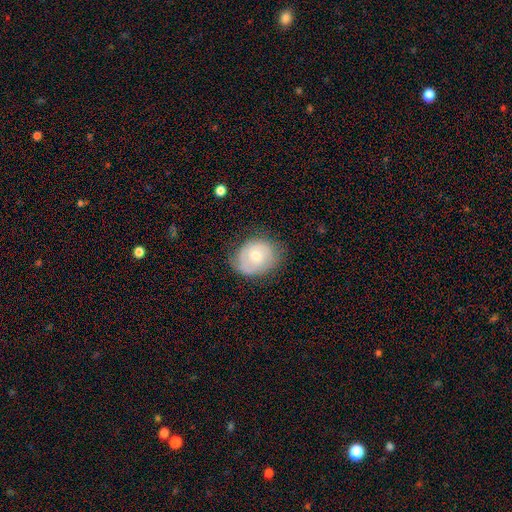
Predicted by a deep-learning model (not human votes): This appears to be a smooth galaxy with no disk features (48%). Merging: none (67%).